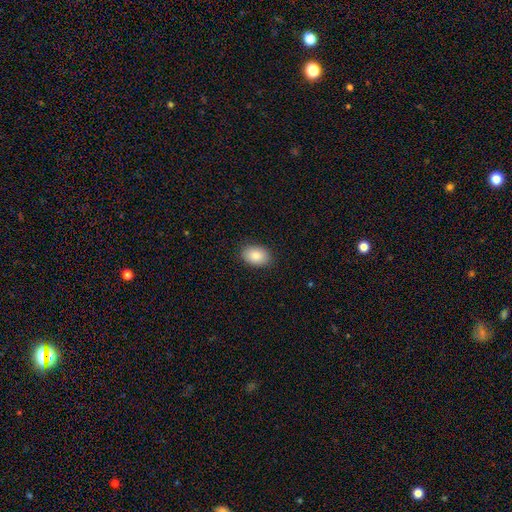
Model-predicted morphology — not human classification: This appears to be a smooth galaxy with no disk features (86%) that is in between round and cigar-shaped (83%). Merging: none (88%).